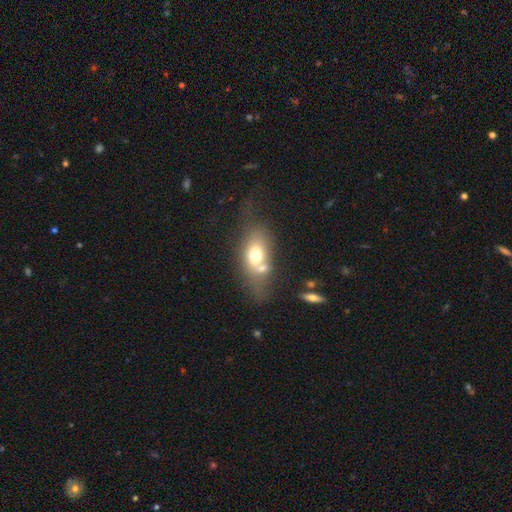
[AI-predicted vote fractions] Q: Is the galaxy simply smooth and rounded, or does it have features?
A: smooth — 63%.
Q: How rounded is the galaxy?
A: in between — 77%.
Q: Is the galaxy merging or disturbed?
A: merger — 41%.